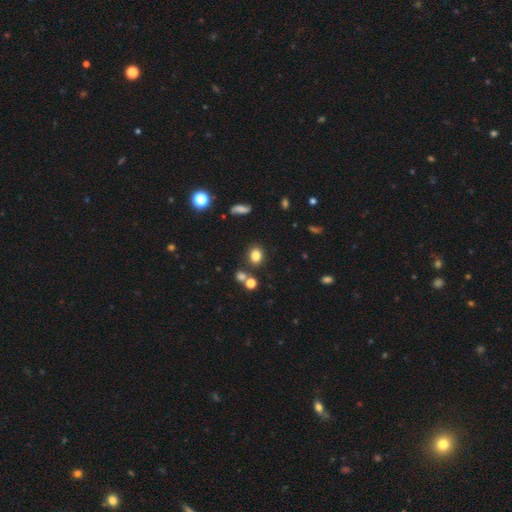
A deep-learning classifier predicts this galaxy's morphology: smooth_or_featured: smooth (p=0.80) [alt: star or artifact p=0.14]
how_rounded: round (p=0.59) [alt: in between p=0.39]
merging: none (p=0.78) [alt: minor disturbance p=0.10]